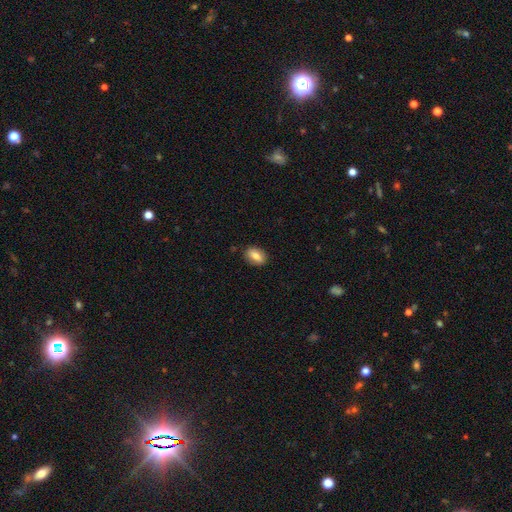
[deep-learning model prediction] smooth-or-featured: smooth: 77% | featured or disk: 16% | star or artifact: 7%
  how-rounded: in between: 80% | round: 16% | cigar-shaped: 4%
  merging: none: 87% | minor disturbance: 10% | major disturbance: 2% | merger: 1%